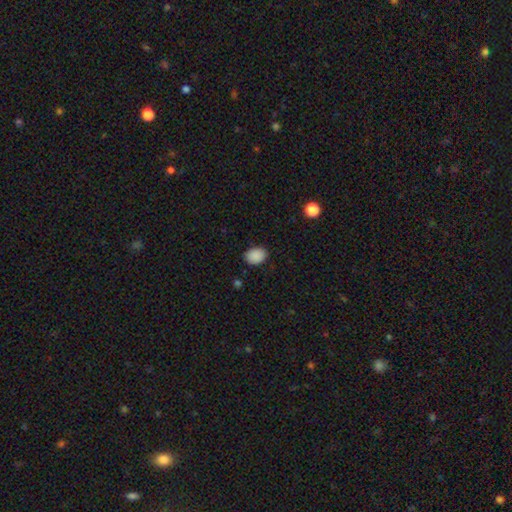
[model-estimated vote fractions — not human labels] Smooth or featured? Predicted: smooth (p=0.89). How rounded? Predicted: in between (p=0.68). Merging? Predicted: none (p=0.85).